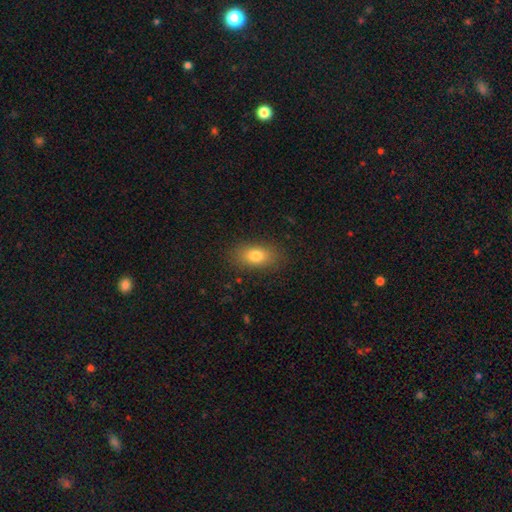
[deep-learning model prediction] smooth_or_featured: smooth (p=0.81) [alt: featured or disk p=0.10]
how_rounded: in between (p=0.85) [alt: round p=0.10]
merging: none (p=0.85) [alt: minor disturbance p=0.10]